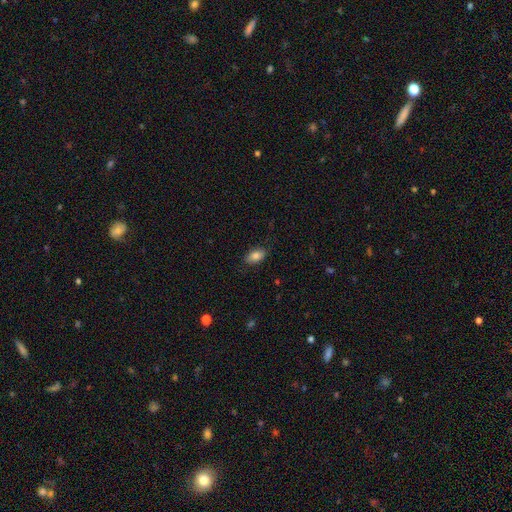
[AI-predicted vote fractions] smooth-or-featured: smooth: 80% | featured or disk: 12% | star or artifact: 8%
  how-rounded: in between: 91% | round: 5% | cigar-shaped: 3%
  merging: none: 84% | minor disturbance: 12% | major disturbance: 2% | merger: 1%